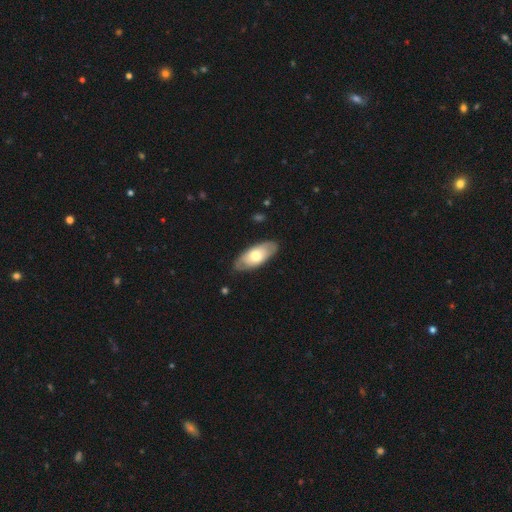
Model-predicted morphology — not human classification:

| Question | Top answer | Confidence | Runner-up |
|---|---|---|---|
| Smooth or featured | smooth | 62% | featured or disk (33%) |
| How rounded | in between | 88% | cigar-shaped (10%) |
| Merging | none | 82% | minor disturbance (14%) |